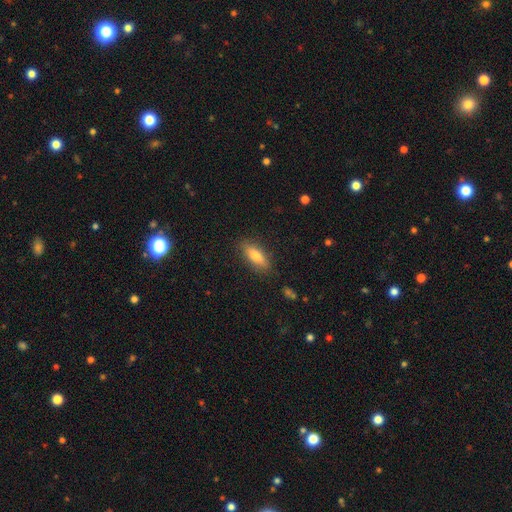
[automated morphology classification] A smooth galaxy with no disk features (75%) that is in between round and cigar-shaped (62%). Merging: none (85%).